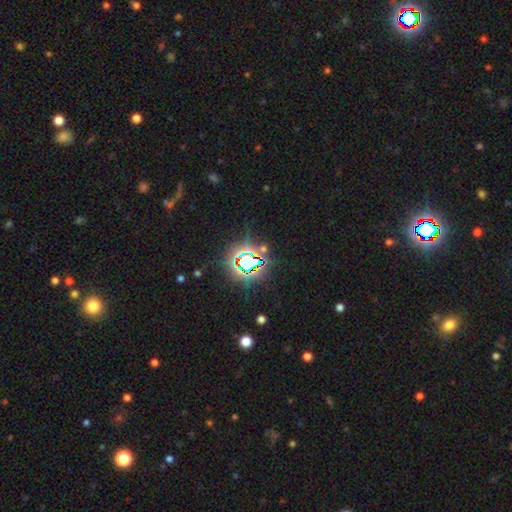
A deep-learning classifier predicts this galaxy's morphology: Smooth or featured?
  - star or artifact: 77% *
  - smooth: 14%
  - featured or disk: 9%